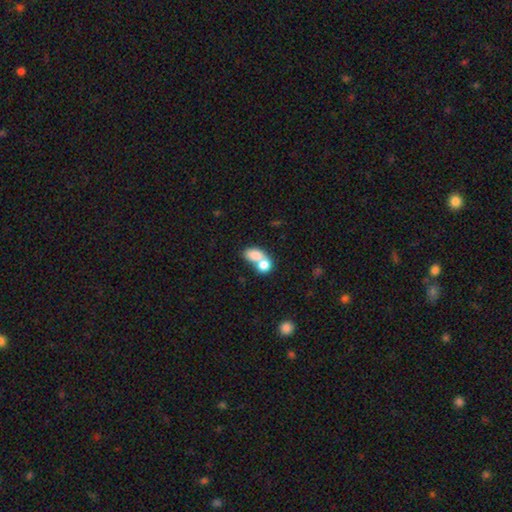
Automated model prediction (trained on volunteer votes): smooth-or-featured: smooth: 76% | featured or disk: 16% | star or artifact: 8%
  how-rounded: in between: 68% | round: 31% | cigar-shaped: 2%
  merging: merger: 72% | none: 19% | minor disturbance: 6% | major disturbance: 4%